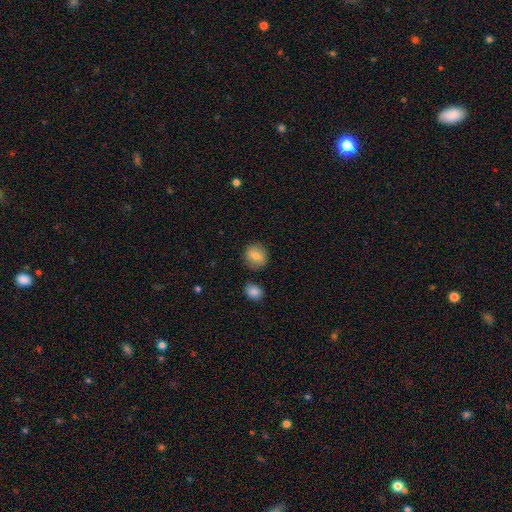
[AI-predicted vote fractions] This appears to be a smooth galaxy with no disk features (79%) that is round (78%). Merging: none (83%).